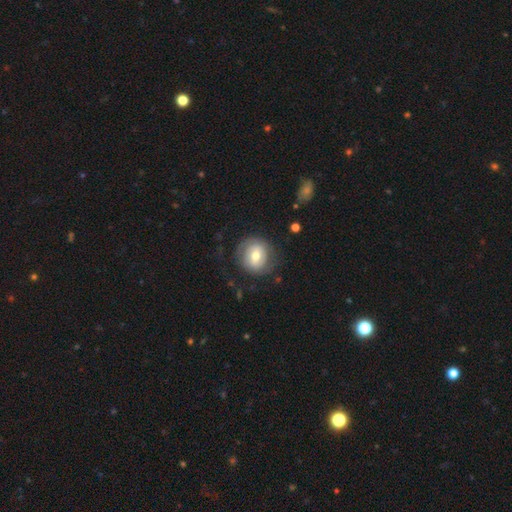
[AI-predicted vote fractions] A featured or disk galaxy (51%). Merging: none (71%).